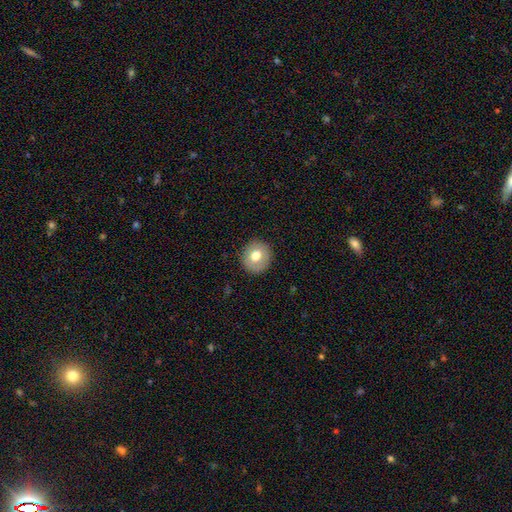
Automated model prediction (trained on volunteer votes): Smooth or featured? smooth (73%)
How rounded? round (87%)
Merging? none (89%)